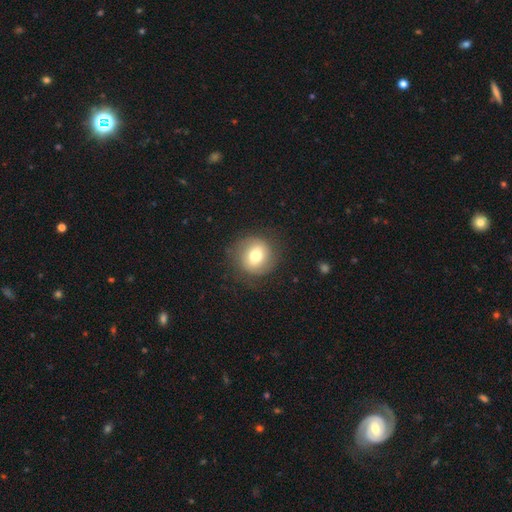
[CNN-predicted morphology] This appears to be a smooth galaxy with no disk features (67%) that is round (88%). Merging: none (81%).